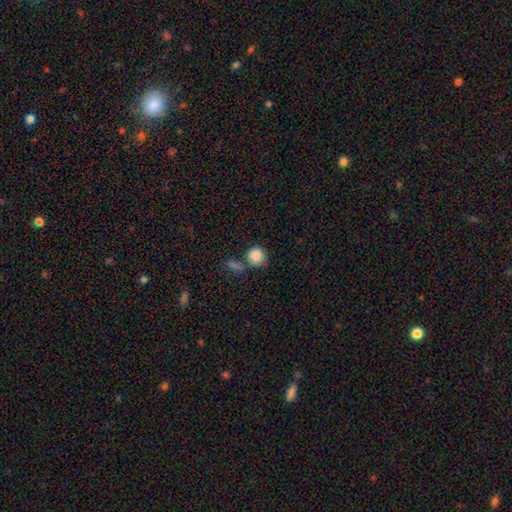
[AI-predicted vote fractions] Overall: smooth (86%). How rounded: round (86%). Merging: none (59%; merger 19%).